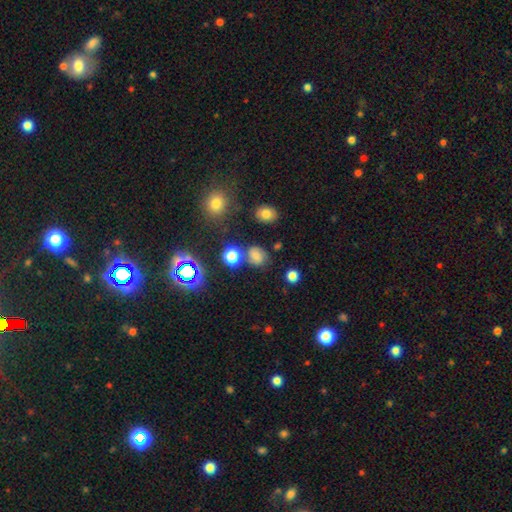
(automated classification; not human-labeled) This is likely a smooth galaxy (62%). How rounded: likely round (60%). Merging: likely none (64%).